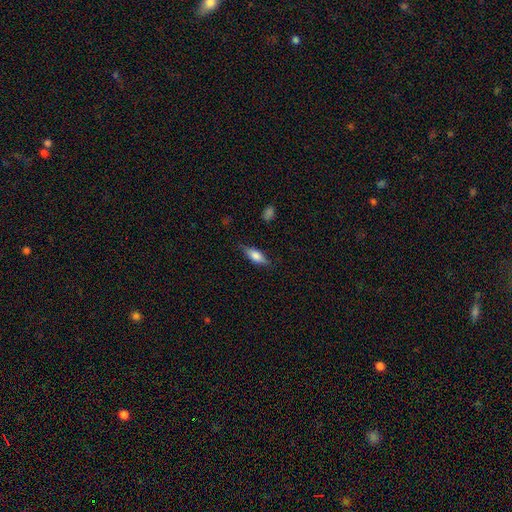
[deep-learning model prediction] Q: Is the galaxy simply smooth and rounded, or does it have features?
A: smooth — 66%.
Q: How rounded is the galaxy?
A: in between — 66%.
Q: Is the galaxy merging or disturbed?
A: none — 78%.